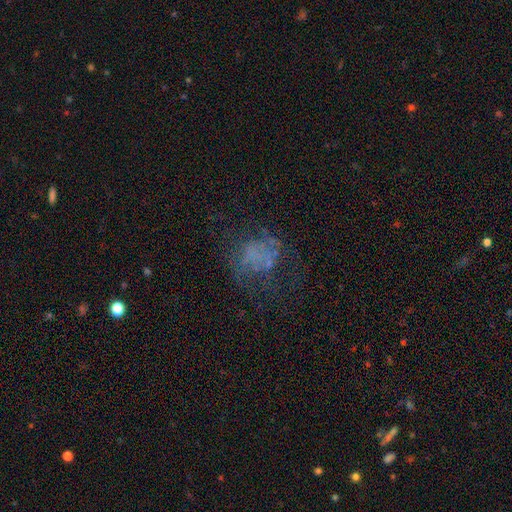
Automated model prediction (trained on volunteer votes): This appears to be a featured or disk galaxy (45%). Merging: none (45%).